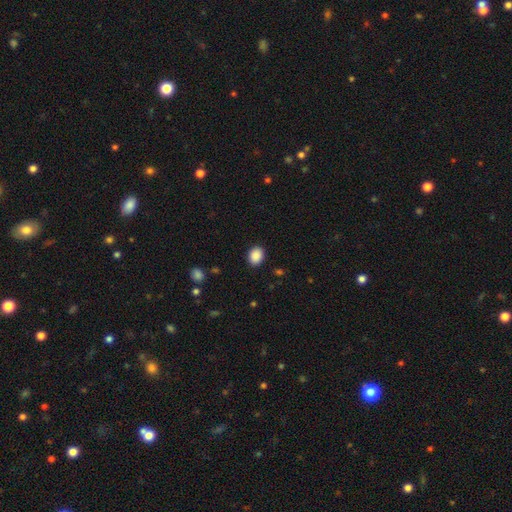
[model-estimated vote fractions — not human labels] Smooth or featured? smooth (89%)
How rounded? in between (59%)
Merging? none (89%)